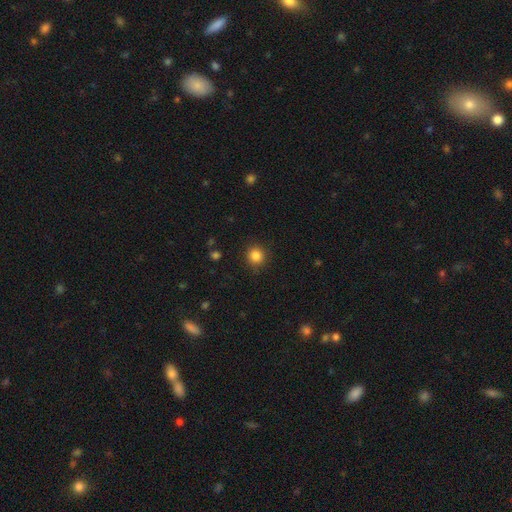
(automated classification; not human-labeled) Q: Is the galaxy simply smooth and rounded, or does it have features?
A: smooth — 85%.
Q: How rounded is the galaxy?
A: round — 91%.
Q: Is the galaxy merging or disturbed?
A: none — 89%.